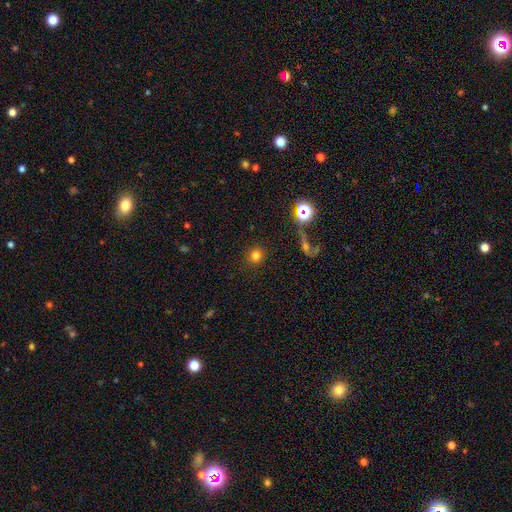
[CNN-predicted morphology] A smooth galaxy with no disk features (76%) that is round (92%).

Vote fractions:
- Smooth or featured? smooth: 76% / star or artifact: 17% / featured or disk: 7%
- How rounded? round: 92% / in between: 7% / cigar-shaped: 1%
- Merging? none: 88% / minor disturbance: 6% / major disturbance: 3% / merger: 2%